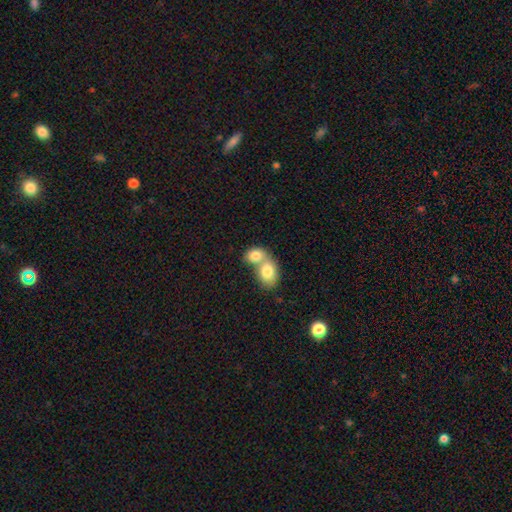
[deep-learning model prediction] smooth_or_featured: smooth (p=0.80) [alt: featured or disk p=0.13]
how_rounded: in between (p=0.65) [alt: round p=0.34]
merging: merger (p=0.72) [alt: none p=0.20]